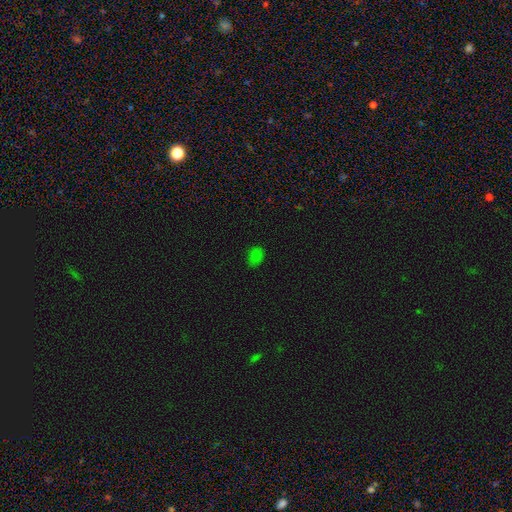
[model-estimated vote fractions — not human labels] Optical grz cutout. It shows a smooth galaxy with no disk features (75%) that is in between round and cigar-shaped (70%). Merging: none (79%).